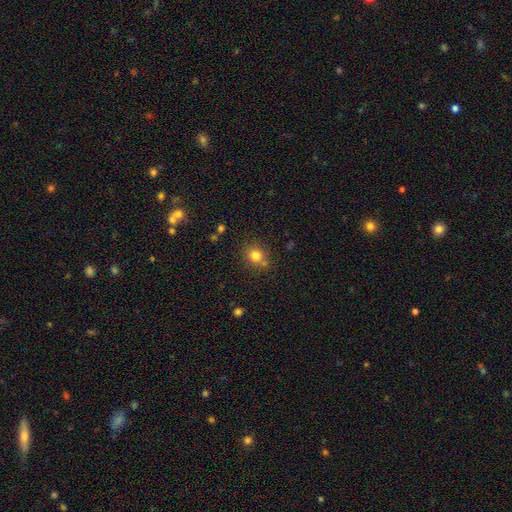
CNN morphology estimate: Overall: smooth (80%). How rounded: round (71%). Merging: none (72%).